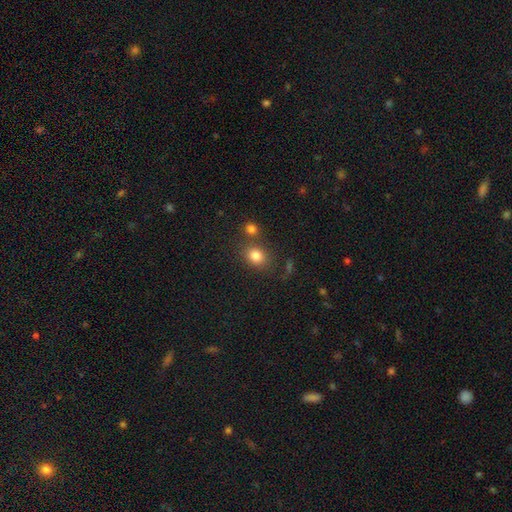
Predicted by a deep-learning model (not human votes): This is clearly a smooth galaxy (81%). How rounded: possibly round (59%). Merging: likely none (67%).